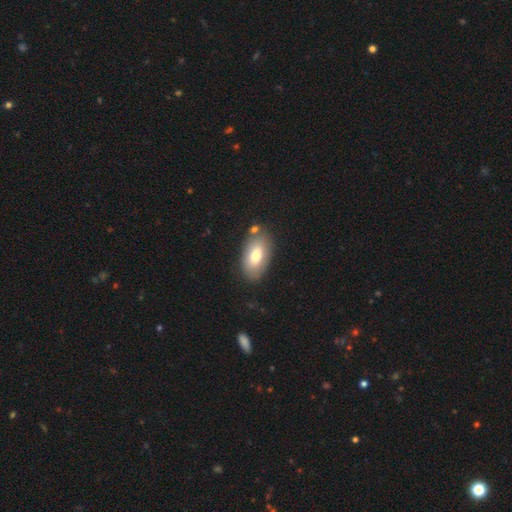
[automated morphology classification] type=smooth (74%); roundness=in between (93%); merging=none (78%).